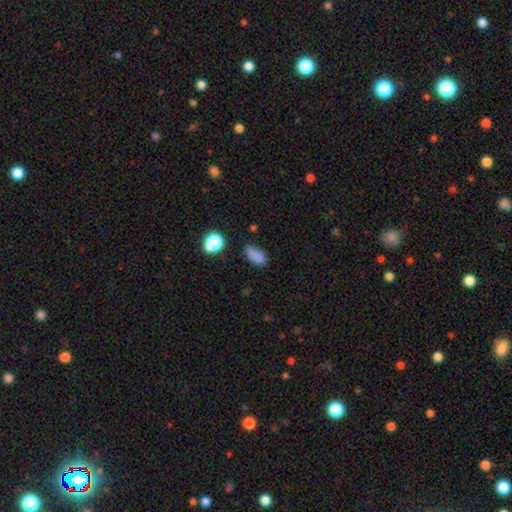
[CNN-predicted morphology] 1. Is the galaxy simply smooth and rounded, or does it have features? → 78% smooth, 15% star or artifact, 7% featured or disk.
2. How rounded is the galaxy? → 83% in between, 9% round, 8% cigar-shaped.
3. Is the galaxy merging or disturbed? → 63% none, 24% minor disturbance, 8% major disturbance, 6% merger.